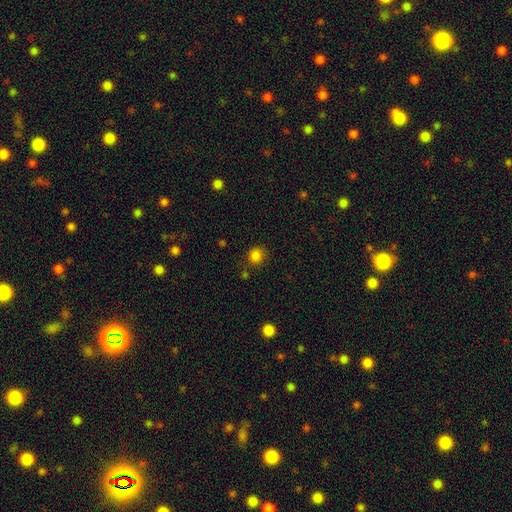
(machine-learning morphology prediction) type=smooth (82%); roundness=round (85%); merging=none (81%).